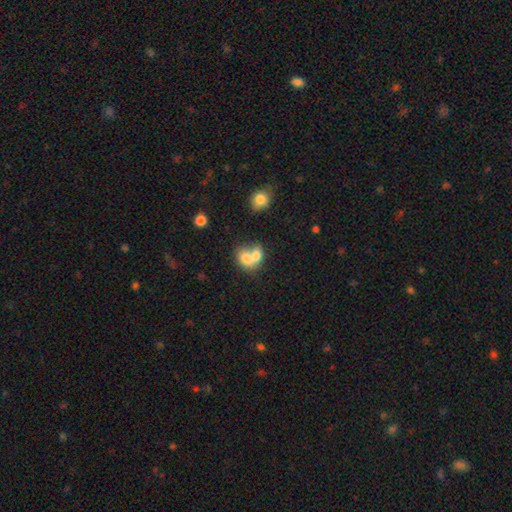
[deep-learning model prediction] smooth 72%, featured or disk 19%, star or artifact 8%. Down the decision tree: how rounded — in between (57%); merging — merger (73%).